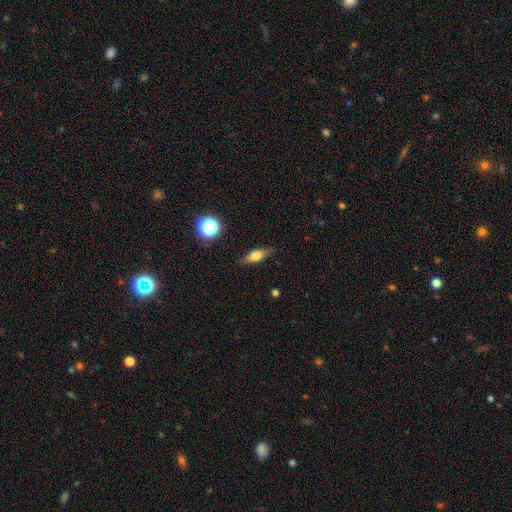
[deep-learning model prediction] Morphology: type=smooth (62%); roundness=in between (62%); merging=none (82%).